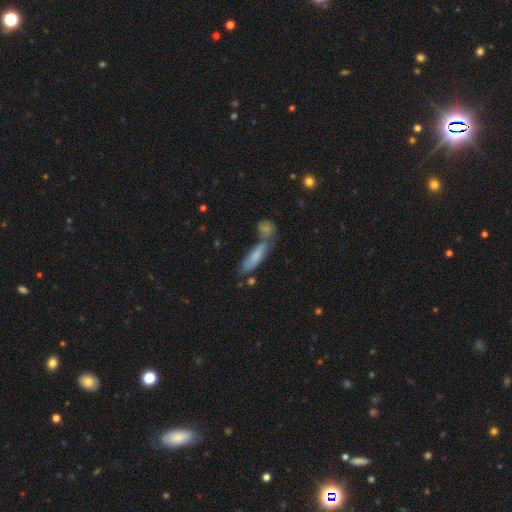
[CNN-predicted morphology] smooth 70%, featured or disk 21%, star or artifact 9%. Down the decision tree: how rounded — cigar-shaped (62%); merging — none (47%).